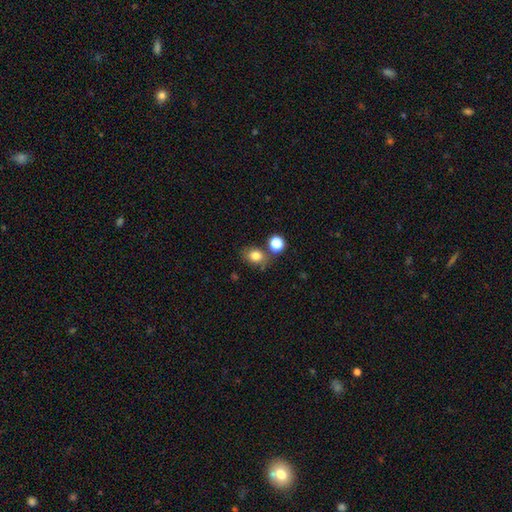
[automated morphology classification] Smooth or featured?
  - smooth: 80% *
  - star or artifact: 12%
  - featured or disk: 8%
How rounded?
  - in between: 57% *
  - round: 42%
  - cigar-shaped: 1%
Merging?
  - none: 72% *
  - minor disturbance: 13%
  - merger: 12%
  - major disturbance: 4%